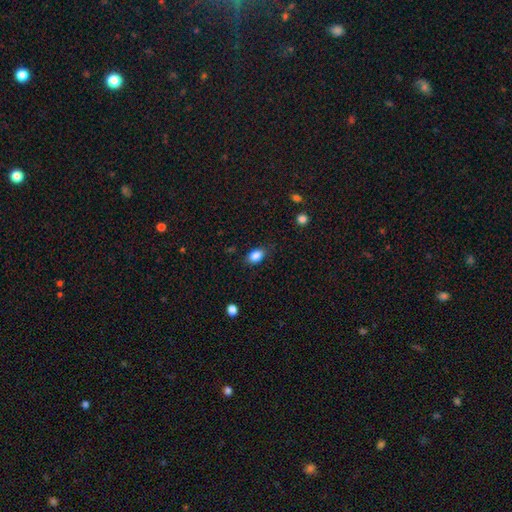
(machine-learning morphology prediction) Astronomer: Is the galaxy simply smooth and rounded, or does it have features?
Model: smooth — 86%.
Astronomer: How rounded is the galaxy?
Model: in between — 80%.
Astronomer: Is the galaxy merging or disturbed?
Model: none — 79%.